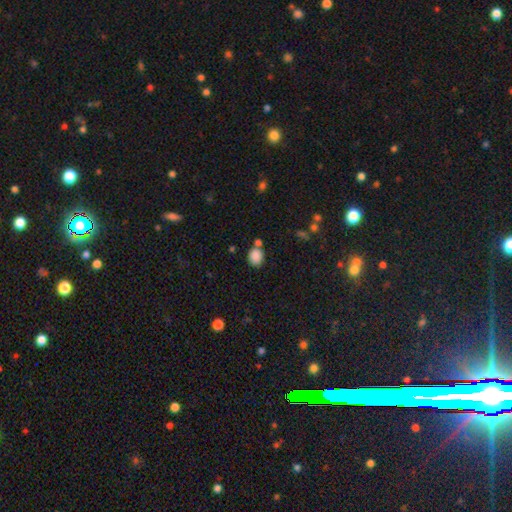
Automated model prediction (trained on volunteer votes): A smooth galaxy with no disk features (86%) that is round (60%).

Vote fractions:
- Smooth or featured? smooth: 86% / star or artifact: 10% / featured or disk: 4%
- How rounded? round: 60% / in between: 39% / cigar-shaped: 1%
- Merging? none: 67% / merger: 15% / minor disturbance: 14% / major disturbance: 4%